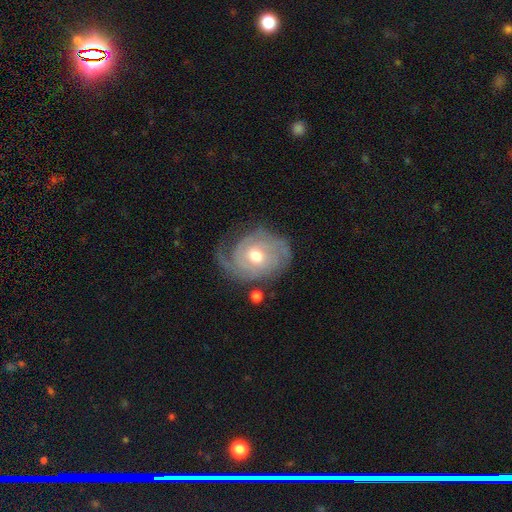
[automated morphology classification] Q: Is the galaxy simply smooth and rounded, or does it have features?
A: featured or disk — 84%.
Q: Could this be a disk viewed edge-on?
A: no — 97%.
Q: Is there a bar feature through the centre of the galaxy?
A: no — 63%.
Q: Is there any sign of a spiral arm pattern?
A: yes — 94%.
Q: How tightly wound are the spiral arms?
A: tight — 66%.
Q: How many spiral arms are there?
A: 2 — 31%.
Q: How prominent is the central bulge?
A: moderate — 71%.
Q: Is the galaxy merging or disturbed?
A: none — 64%.